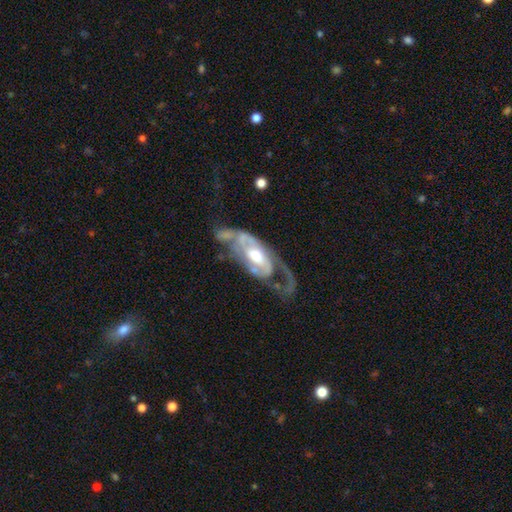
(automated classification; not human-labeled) This is clearly a featured or disk galaxy (84%). It is clearly not viewed edge-on (93%). Bar: possibly no (52%). Spiral arm pattern: clearly yes (88%). Spiral arm count: possibly 2 (54%). Spiral winding: marginally medium (40%). Central bulge: likely moderate (64%). Merging: marginally major disturbance (41%).